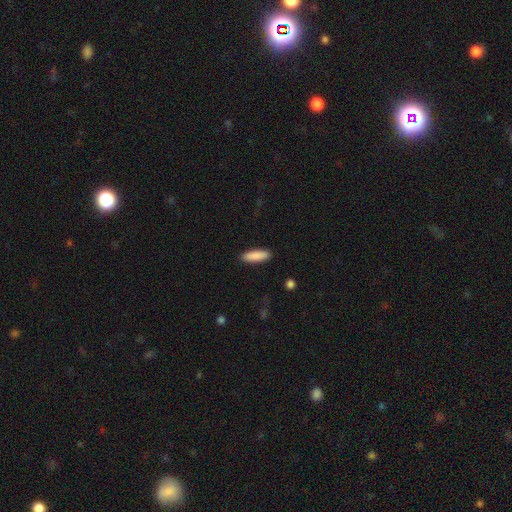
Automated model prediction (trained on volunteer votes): A smooth galaxy with no disk features (88%) that is cigar-shaped (57%).

Vote fractions:
- Smooth or featured? smooth: 88% / featured or disk: 6% / star or artifact: 6%
- How rounded? cigar-shaped: 57% / in between: 42% / round: 1%
- Merging? none: 90% / minor disturbance: 7% / major disturbance: 2% / merger: 1%